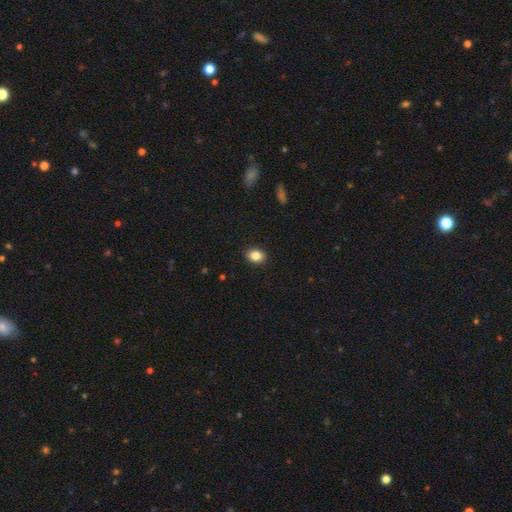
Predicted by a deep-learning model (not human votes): A smooth galaxy with no disk features (86%) that is in between round and cigar-shaped (68%). Merging: none (89%).